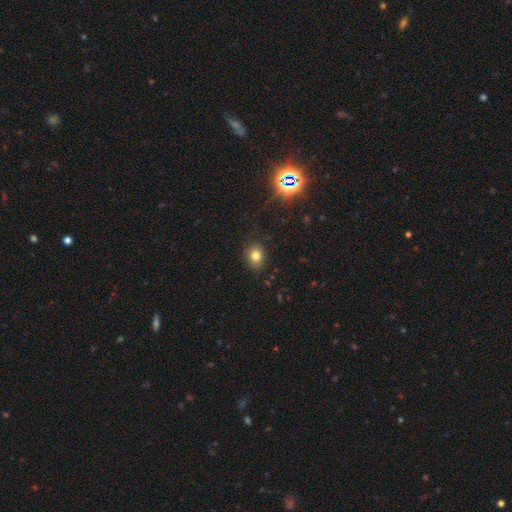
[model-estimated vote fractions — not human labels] Morphology: type=smooth (77%); roundness=in between (52%); merging=none (86%).